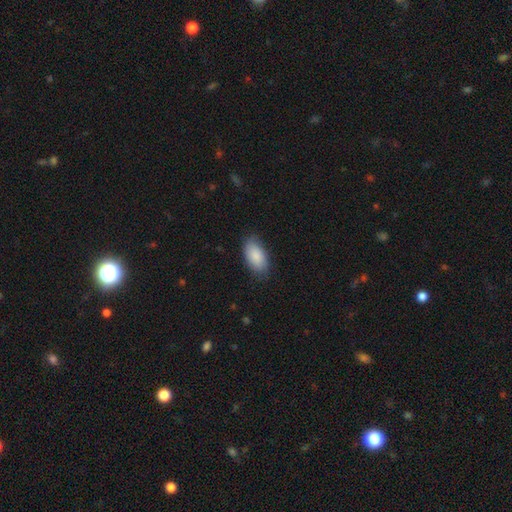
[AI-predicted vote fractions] This is clearly a smooth galaxy (87%). How rounded: clearly in between (94%). Merging: likely none (80%).